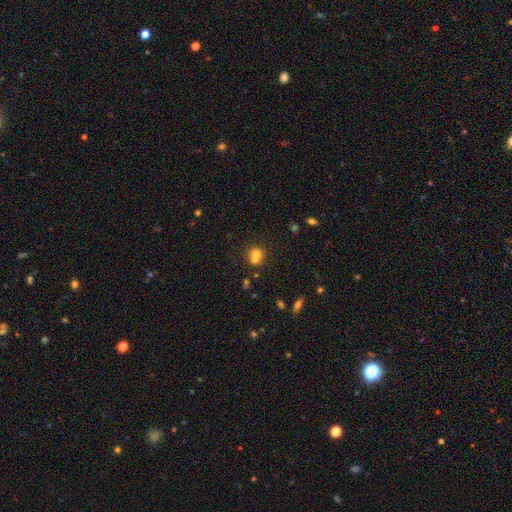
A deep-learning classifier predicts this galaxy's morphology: smooth_or_featured: smooth (p=0.65) [alt: featured or disk p=0.19]
how_rounded: round (p=0.82) [alt: in between p=0.17]
merging: merger (p=0.58) [alt: none p=0.34]